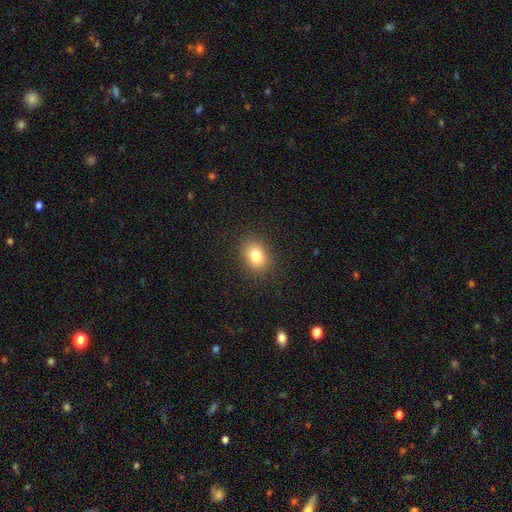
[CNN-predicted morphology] Overall: smooth (81%). How rounded: in between (60%; round 39%). Merging: none (88%).